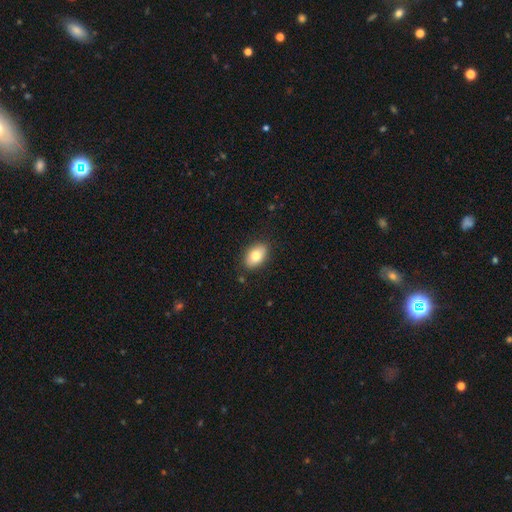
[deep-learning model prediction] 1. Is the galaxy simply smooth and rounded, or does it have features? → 78% smooth, 14% featured or disk, 7% star or artifact.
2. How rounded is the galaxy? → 89% in between, 10% round, 2% cigar-shaped.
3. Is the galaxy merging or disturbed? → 87% none, 10% minor disturbance, 2% major disturbance, 1% merger.